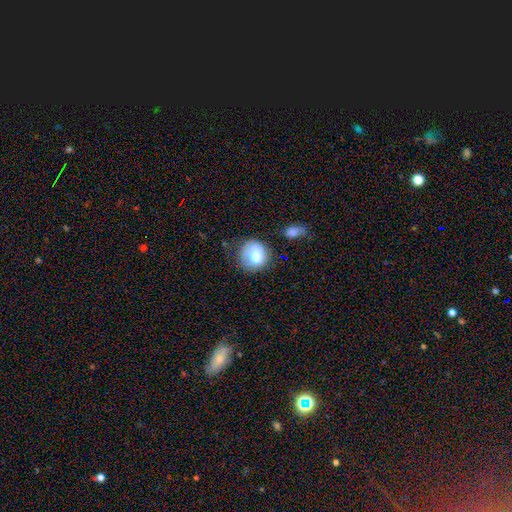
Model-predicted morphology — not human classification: A smooth galaxy with no disk features (72%) that is round (77%). Merging: none (56%).